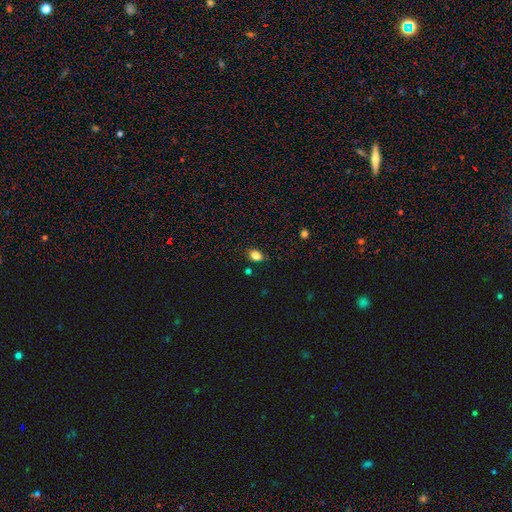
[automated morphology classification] Smooth or featured: smooth — 82% (star or artifact — 12%)
How rounded: in between — 75% (round — 23%)
Merging: none — 84% (minor disturbance — 12%)